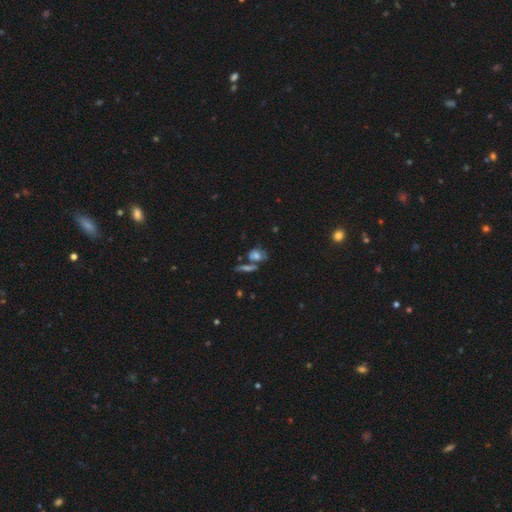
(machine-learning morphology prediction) A smooth galaxy with no disk features (60%) that is in between round and cigar-shaped (49%). Merging: none (49%).